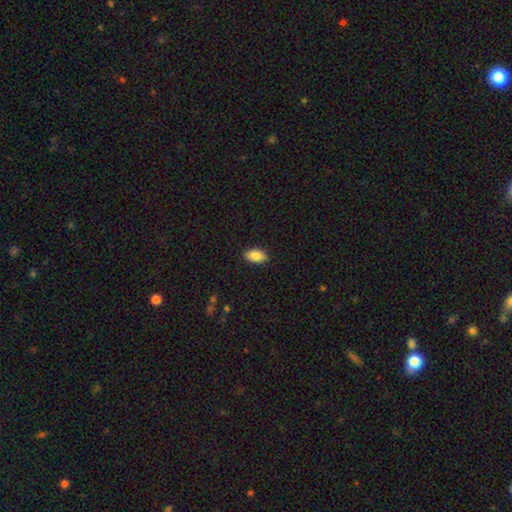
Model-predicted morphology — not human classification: Q: Smooth or featured?
A: smooth (87%); runner-up: star or artifact (7%)
Q: How rounded?
A: in between (93%); runner-up: round (5%)
Q: Merging?
A: none (89%); runner-up: minor disturbance (8%)